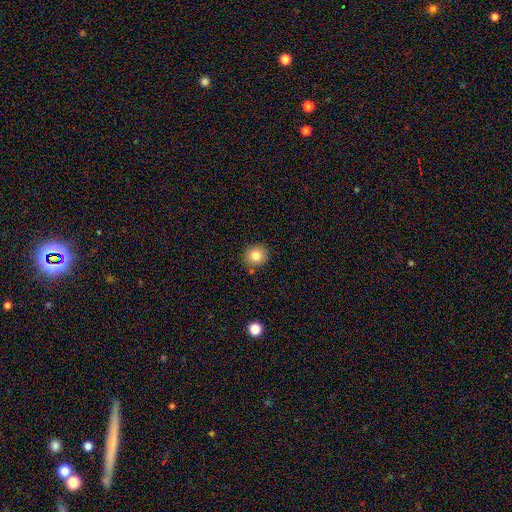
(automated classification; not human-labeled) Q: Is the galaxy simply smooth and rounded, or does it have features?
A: smooth — 81%.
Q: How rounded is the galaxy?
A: round — 91%.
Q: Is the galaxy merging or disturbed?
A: none — 87%.